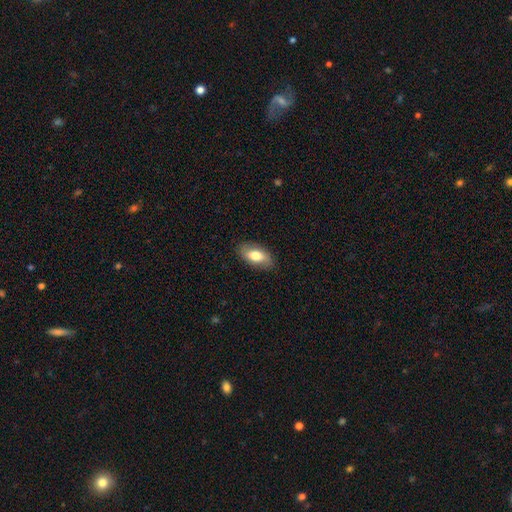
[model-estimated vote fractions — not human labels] smooth 68%, featured or disk 26%, star or artifact 6%. Down the decision tree: how rounded — in between (90%); merging — none (85%).